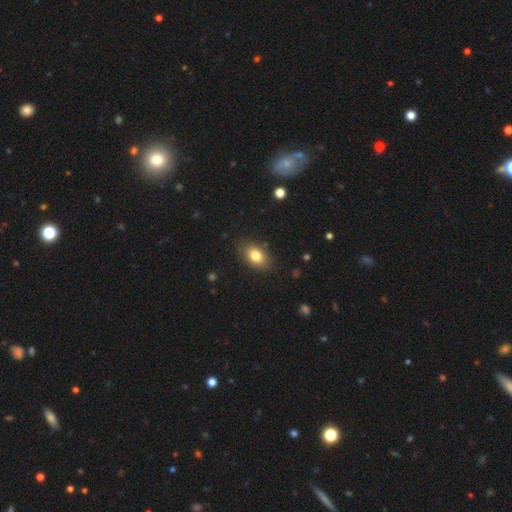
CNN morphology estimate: Q: Smooth or featured?
A: smooth (81%); runner-up: featured or disk (10%)
Q: How rounded?
A: in between (85%); runner-up: round (14%)
Q: Merging?
A: none (85%); runner-up: minor disturbance (11%)